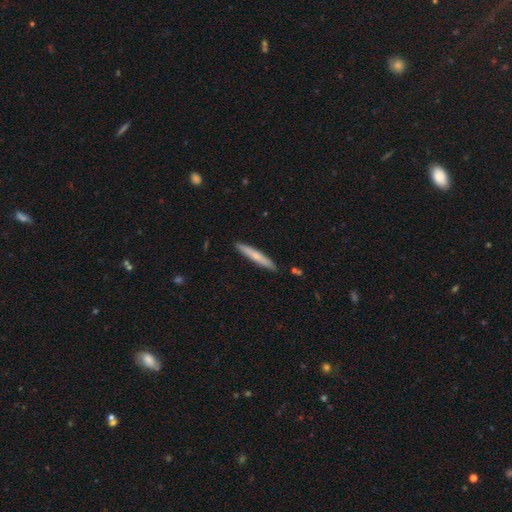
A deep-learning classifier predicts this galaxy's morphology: Q: Smooth or featured?
A: smooth (60%); runner-up: featured or disk (34%)
Q: How rounded?
A: cigar-shaped (94%); runner-up: in between (5%)
Q: Merging?
A: none (89%); runner-up: minor disturbance (8%)